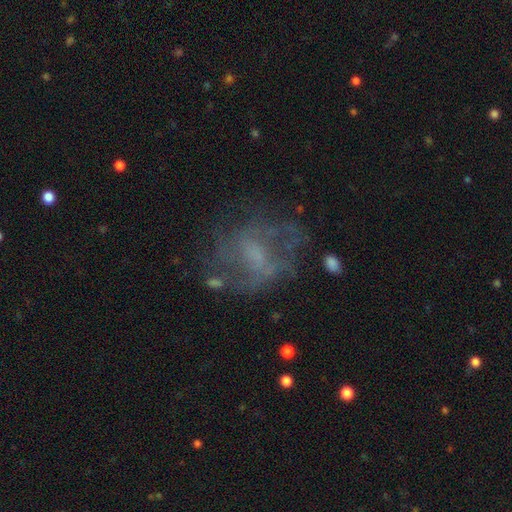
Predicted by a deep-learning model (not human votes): A featured or disk galaxy (66%) with no bar (45%), spiral arms (64%) and a small central bulge (37%). Merging: none (57%).